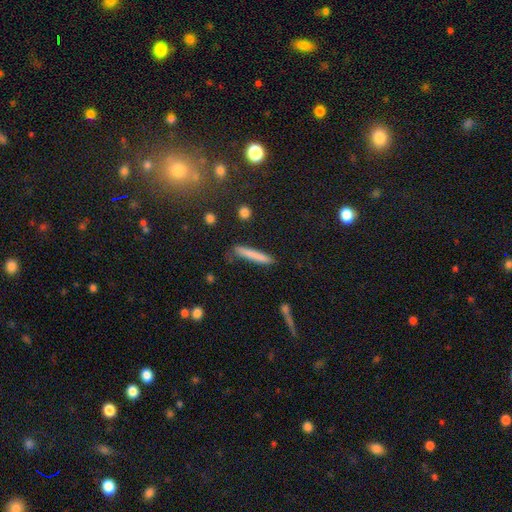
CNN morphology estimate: smooth 78%, featured or disk 16%, star or artifact 6%. Down the decision tree: how rounded — cigar-shaped (94%); merging — none (81%).